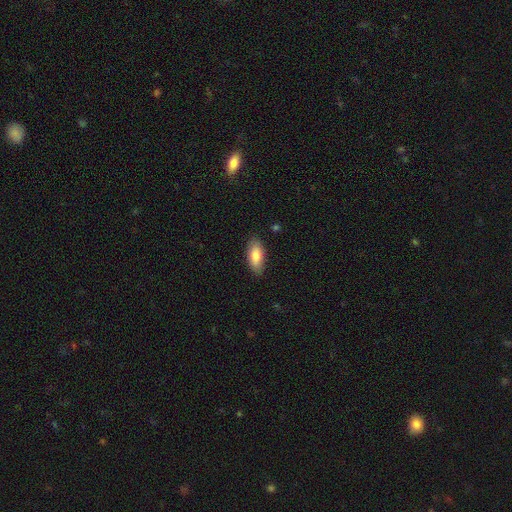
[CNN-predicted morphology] Q: Smooth or featured?
A: smooth (79%); runner-up: featured or disk (14%)
Q: How rounded?
A: in between (86%); runner-up: cigar-shaped (11%)
Q: Merging?
A: none (84%); runner-up: minor disturbance (12%)